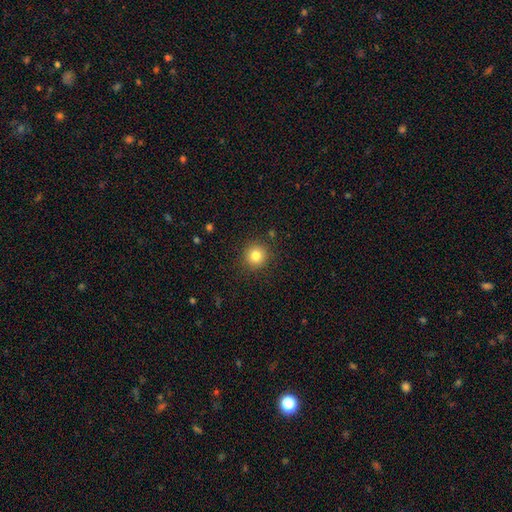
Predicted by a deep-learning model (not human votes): smooth_or_featured: smooth (p=0.81) [alt: star or artifact p=0.12]
how_rounded: round (p=0.93) [alt: in between p=0.06]
merging: none (p=0.89) [alt: minor disturbance p=0.07]